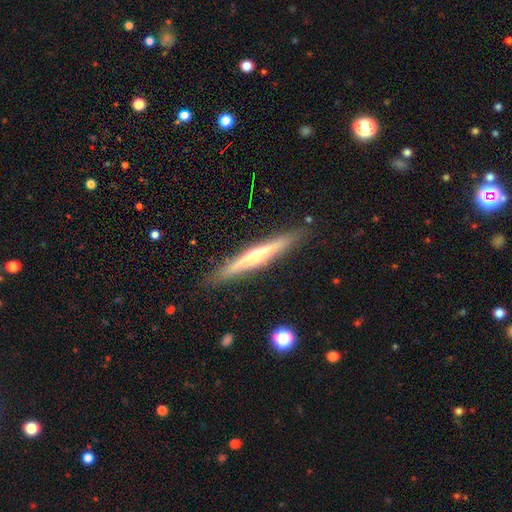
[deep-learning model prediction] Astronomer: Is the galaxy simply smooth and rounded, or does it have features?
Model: featured or disk — 63%.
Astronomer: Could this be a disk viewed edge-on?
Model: yes — 96%.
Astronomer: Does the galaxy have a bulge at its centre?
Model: rounded — 62%.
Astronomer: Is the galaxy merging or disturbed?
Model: none — 89%.